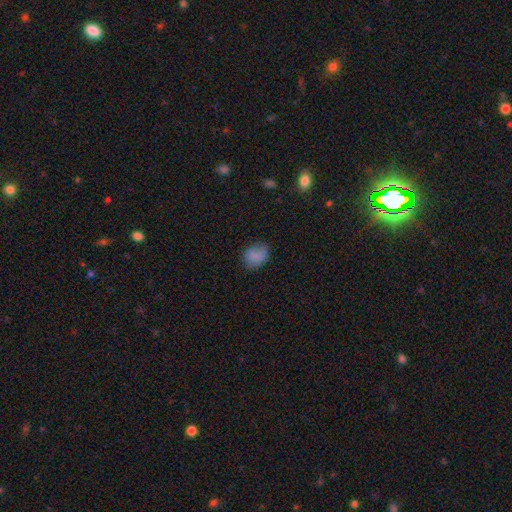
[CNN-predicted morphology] type=smooth (80%); roundness=in between (65%); merging=none (65%).